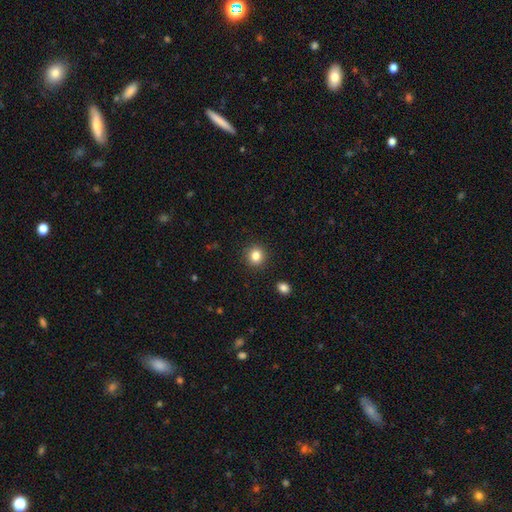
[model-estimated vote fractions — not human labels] Q: Smooth or featured?
A: smooth (83%); runner-up: star or artifact (11%)
Q: How rounded?
A: round (89%); runner-up: in between (10%)
Q: Merging?
A: none (91%); runner-up: minor disturbance (5%)